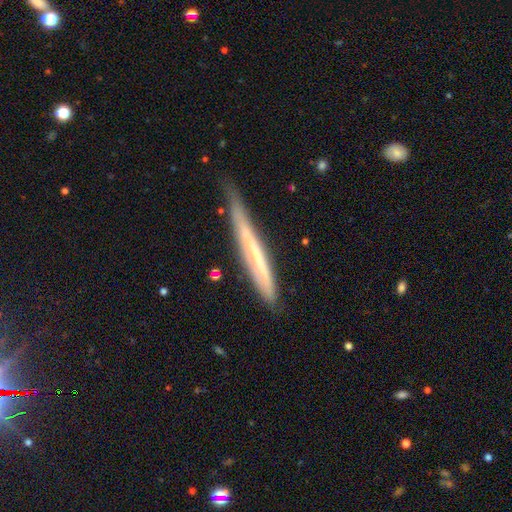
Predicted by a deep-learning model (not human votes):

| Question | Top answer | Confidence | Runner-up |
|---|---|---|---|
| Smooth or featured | featured or disk | 51% | smooth (42%) |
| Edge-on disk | yes | 91% | no (9%) |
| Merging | none | 67% | minor disturbance (26%) |